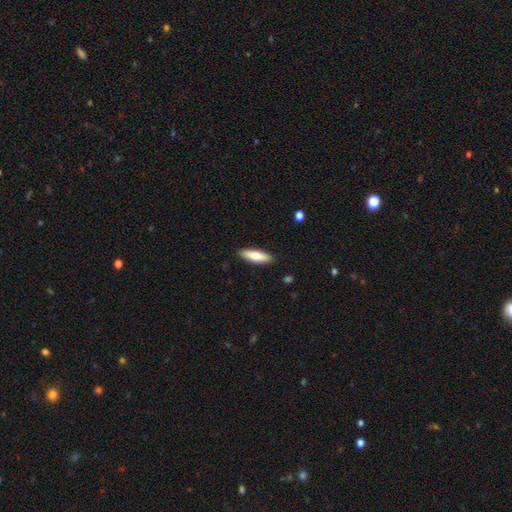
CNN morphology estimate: A smooth galaxy with no disk features (73%) that is cigar-shaped (62%).

Vote fractions:
- Smooth or featured? smooth: 73% / featured or disk: 21% / star or artifact: 5%
- How rounded? cigar-shaped: 62% / in between: 36% / round: 2%
- Merging? none: 90% / minor disturbance: 8% / major disturbance: 2% / merger: 1%